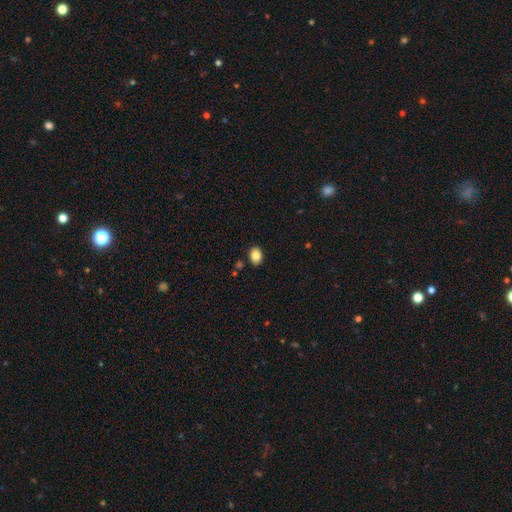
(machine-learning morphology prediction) This is clearly a smooth galaxy (84%). How rounded: likely in between (69%). Merging: clearly none (88%).